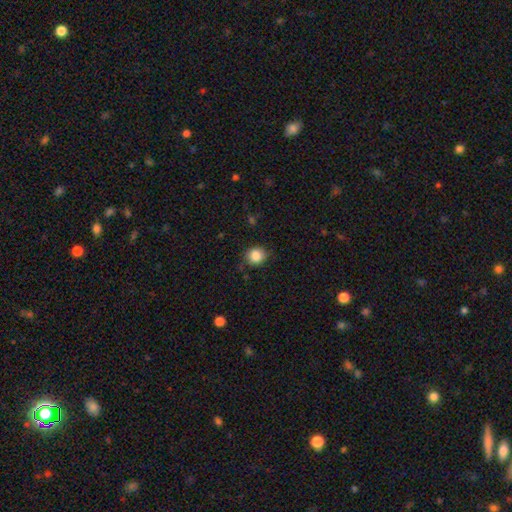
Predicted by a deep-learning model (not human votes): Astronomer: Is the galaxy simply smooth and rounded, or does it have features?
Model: smooth — 85%.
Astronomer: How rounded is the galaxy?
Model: round — 83%.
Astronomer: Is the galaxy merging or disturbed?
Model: none — 80%.